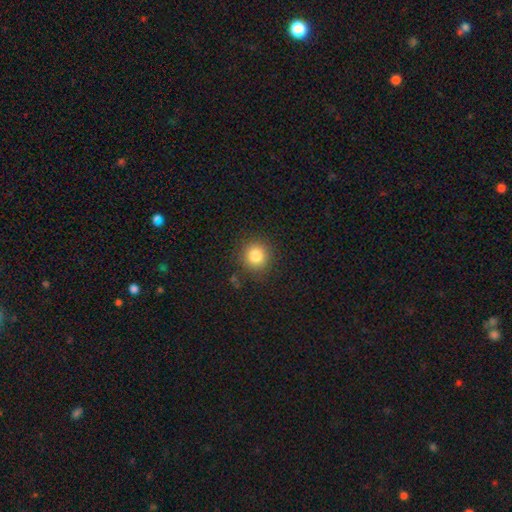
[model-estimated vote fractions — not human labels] Smooth or featured? smooth (84%)
How rounded? round (91%)
Merging? none (88%)